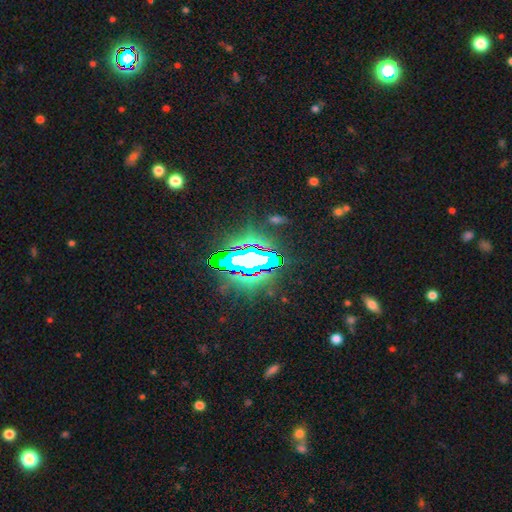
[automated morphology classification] This is likely a star or artifact rather than a galaxy (73%).